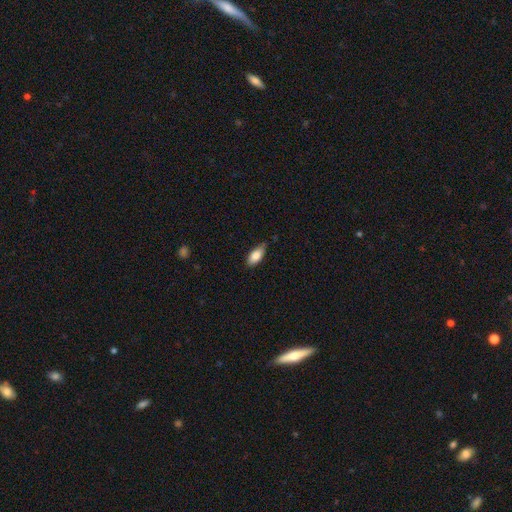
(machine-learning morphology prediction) Smooth or featured: smooth — 82% (featured or disk — 11%)
How rounded: in between — 88% (cigar-shaped — 9%)
Merging: none — 75% (minor disturbance — 21%)